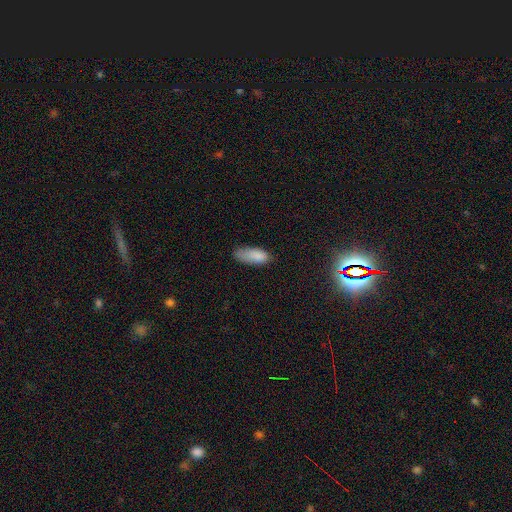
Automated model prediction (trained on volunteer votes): Q: Smooth or featured?
A: smooth (85%); runner-up: star or artifact (8%)
Q: How rounded?
A: in between (79%); runner-up: cigar-shaped (18%)
Q: Merging?
A: none (51%); runner-up: minor disturbance (36%)